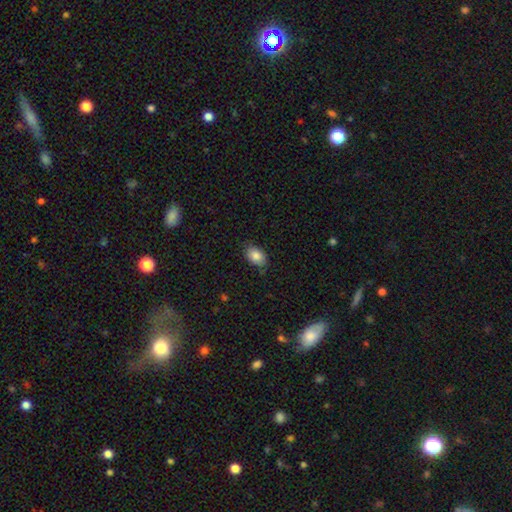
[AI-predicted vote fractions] The model was most divided on "merging": none: 76%, minor disturbance: 19%, major disturbance: 3%, merger: 1%. More confident: smooth or featured — smooth (85%); how rounded — in between (84%).